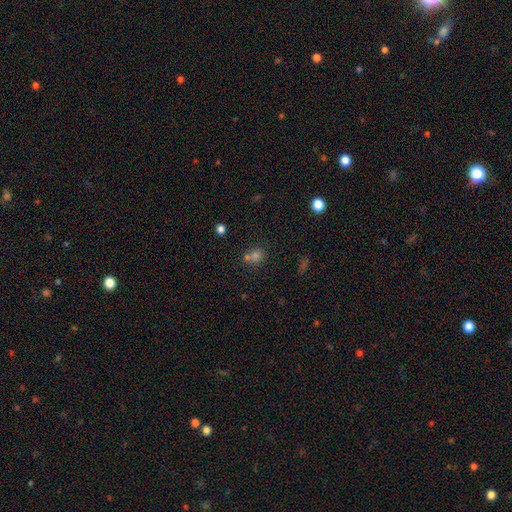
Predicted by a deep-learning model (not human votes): Smooth or featured?
  - smooth: 68% *
  - star or artifact: 21%
  - featured or disk: 11%
How rounded?
  - round: 79% *
  - in between: 20%
  - cigar-shaped: 1%
Merging?
  - none: 51% *
  - merger: 38%
  - minor disturbance: 8%
  - major disturbance: 3%